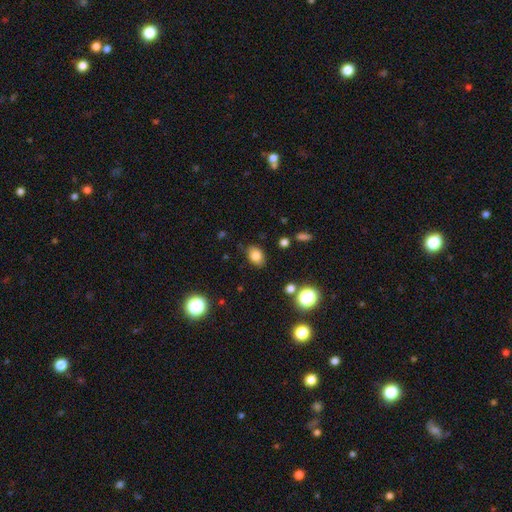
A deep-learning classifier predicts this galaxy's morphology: The model was most divided on "how rounded": in between: 74%, round: 24%, cigar-shaped: 1%. More confident: smooth or featured — smooth (81%); merging — none (79%).